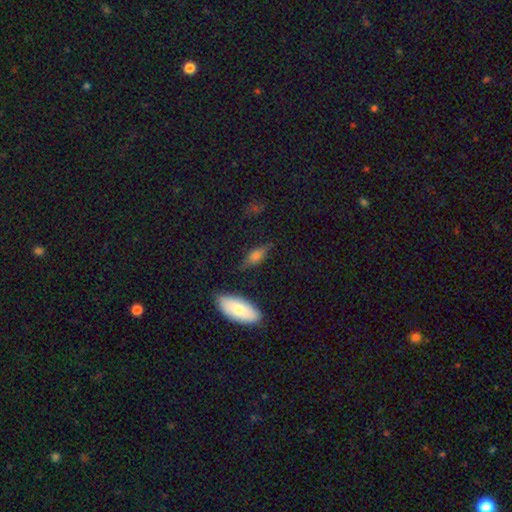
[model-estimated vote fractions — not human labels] Smooth or featured: smooth — 53% (featured or disk — 35%)
How rounded: in between — 59% (cigar-shaped — 34%)
Merging: none — 74% (minor disturbance — 17%)